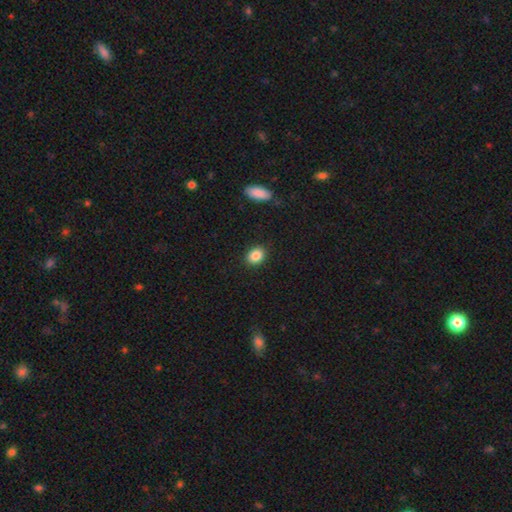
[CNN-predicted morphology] The model was most divided on "how rounded": in between: 55%, round: 44%, cigar-shaped: 1%. More confident: merging — none (90%); smooth or featured — smooth (86%).